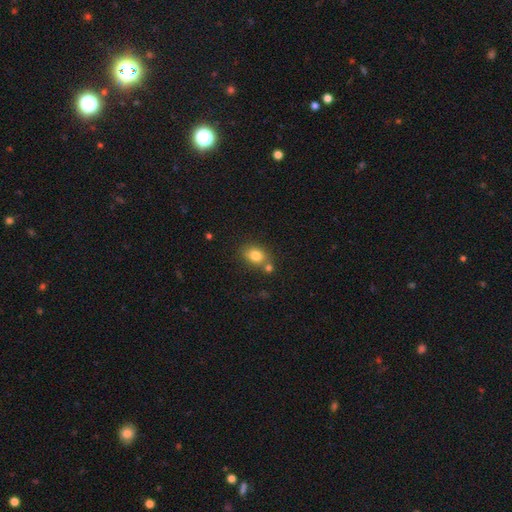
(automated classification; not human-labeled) Q: Smooth or featured?
A: smooth (81%); runner-up: star or artifact (10%)
Q: How rounded?
A: in between (66%); runner-up: round (32%)
Q: Merging?
A: none (61%); runner-up: merger (21%)